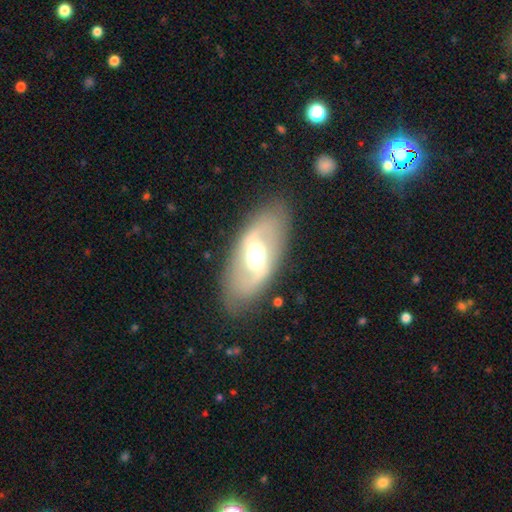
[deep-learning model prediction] smooth_or_featured: featured or disk (p=0.70) [alt: smooth p=0.24]
disk_edge_on: no (p=0.91) [alt: yes p=0.09]
bar: weak (p=0.43) [alt: no p=0.30]
has_spiral_arms: yes (p=0.72) [alt: no p=0.28]
bulge_size: moderate (p=0.64) [alt: large p=0.25]
merging: none (p=0.83) [alt: minor disturbance p=0.11]